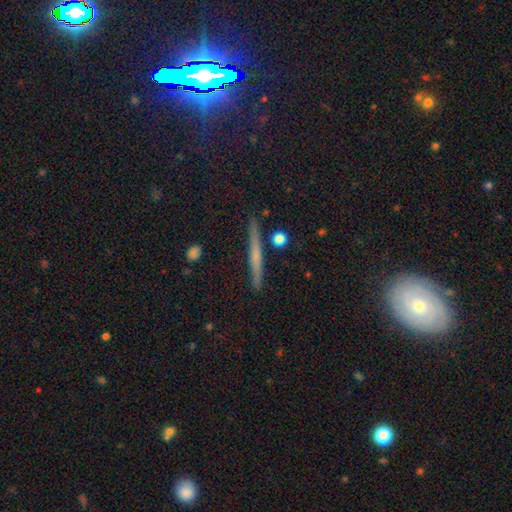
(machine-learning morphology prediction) The model was most divided on "smooth or featured": featured or disk: 49%, smooth: 40%, star or artifact: 11%. More confident: merging — none (90%).